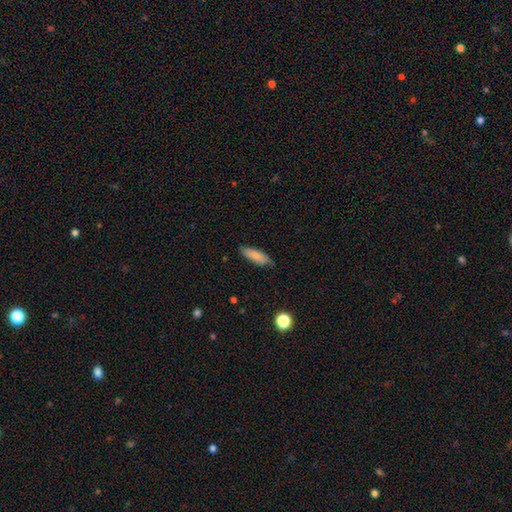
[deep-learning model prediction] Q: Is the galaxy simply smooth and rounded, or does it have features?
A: smooth — 81%.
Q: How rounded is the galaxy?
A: in between — 62%.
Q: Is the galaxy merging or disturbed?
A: none — 72%.